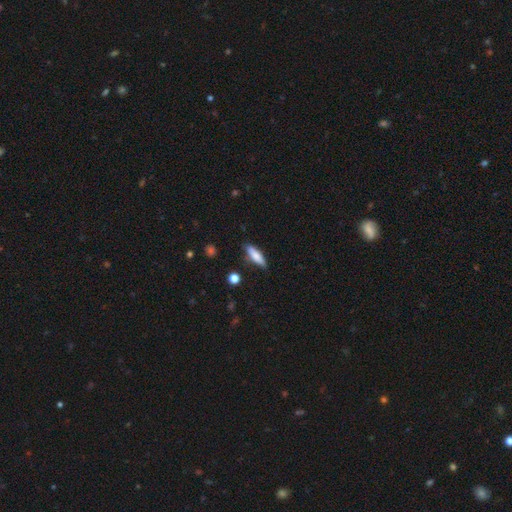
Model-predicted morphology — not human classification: The model was most divided on "how rounded": cigar-shaped: 63%, in between: 35%, round: 2%. More confident: merging — none (82%); smooth or featured — smooth (74%).